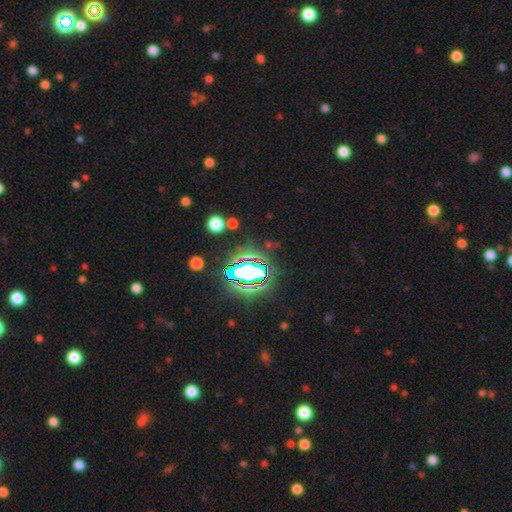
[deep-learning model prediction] smooth_or_featured: star or artifact (p=0.83) [alt: smooth p=0.10]